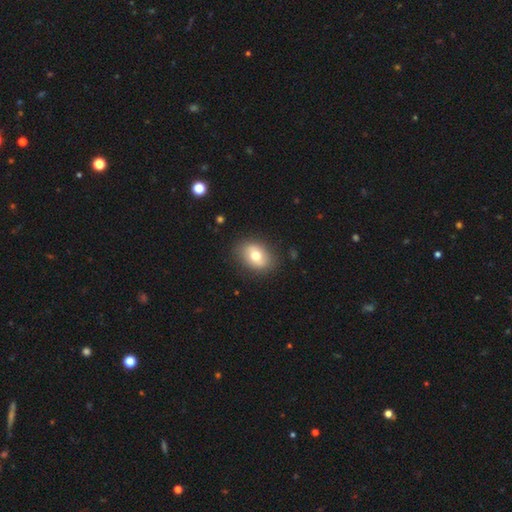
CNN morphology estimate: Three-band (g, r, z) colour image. It shows a smooth galaxy with no disk features (68%) that is in between round and cigar-shaped (72%). Merging: none (85%).